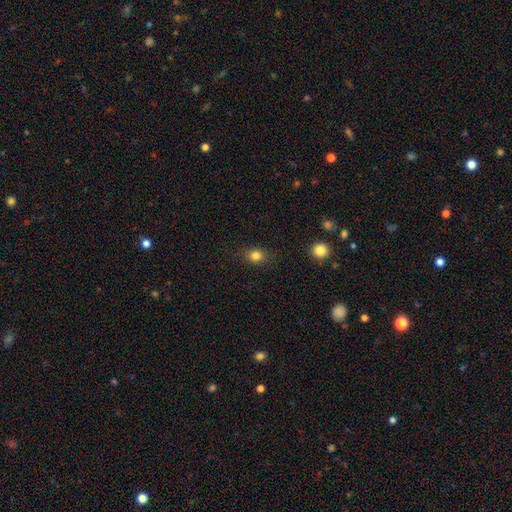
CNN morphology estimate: A smooth galaxy with no disk features (81%) that is round (56%).

Vote fractions:
- Smooth or featured? smooth: 81% / star or artifact: 12% / featured or disk: 7%
- How rounded? round: 56% / in between: 42% / cigar-shaped: 2%
- Merging? none: 84% / minor disturbance: 12% / major disturbance: 3% / merger: 1%